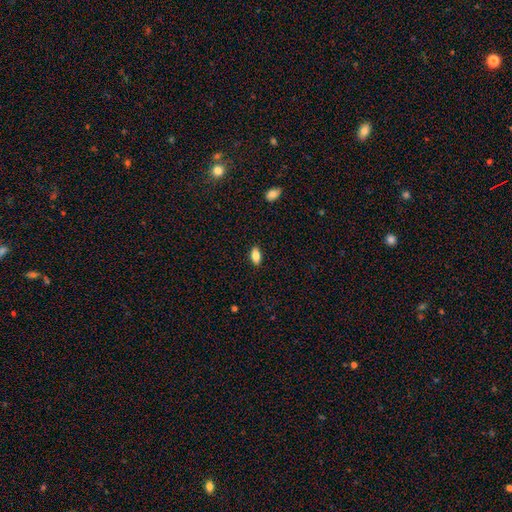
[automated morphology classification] Q: Smooth or featured?
A: smooth (84%); runner-up: star or artifact (8%)
Q: How rounded?
A: in between (89%); runner-up: cigar-shaped (7%)
Q: Merging?
A: none (89%); runner-up: minor disturbance (8%)